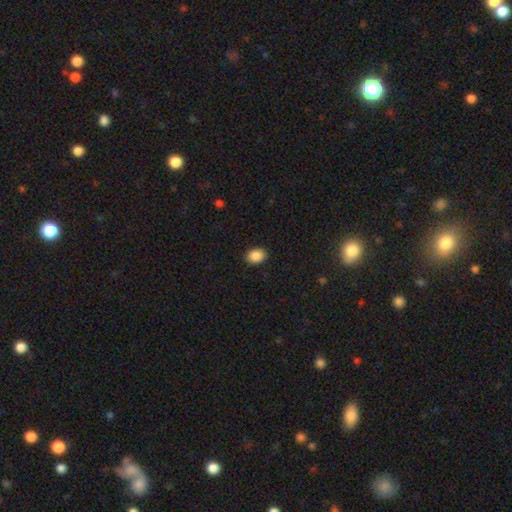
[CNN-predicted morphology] Smooth or featured? Predicted: smooth (p=0.89). How rounded? Predicted: in between (p=0.67). Merging? Predicted: none (p=0.90).